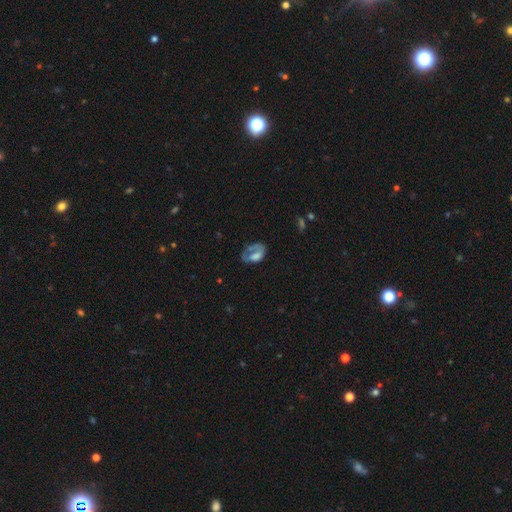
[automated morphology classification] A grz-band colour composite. It shows a smooth galaxy with no disk features (48%). Merging: major disturbance (40%).